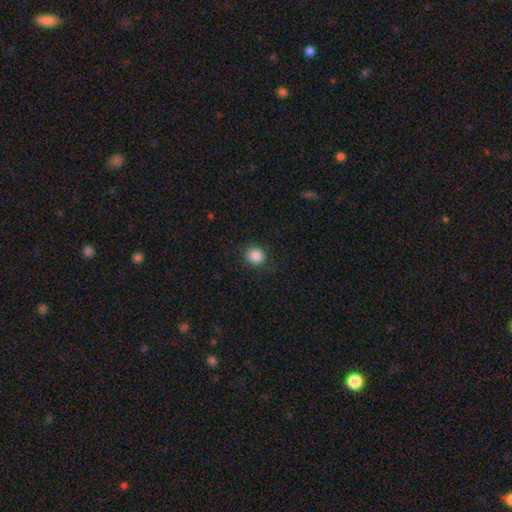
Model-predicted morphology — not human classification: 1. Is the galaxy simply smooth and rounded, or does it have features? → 85% smooth, 10% star or artifact, 5% featured or disk.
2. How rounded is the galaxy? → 87% round, 12% in between, 1% cigar-shaped.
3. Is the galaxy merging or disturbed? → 88% none, 8% minor disturbance, 3% major disturbance, 1% merger.